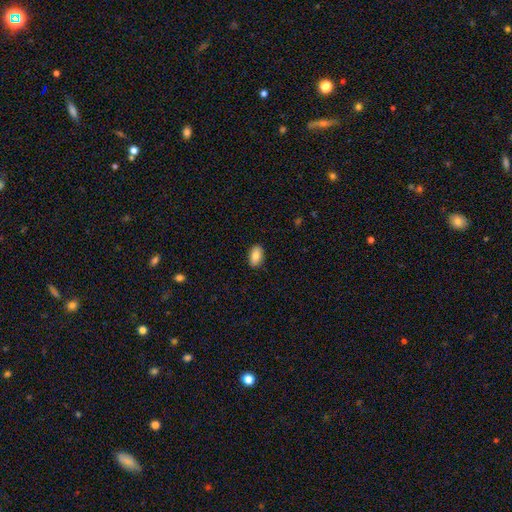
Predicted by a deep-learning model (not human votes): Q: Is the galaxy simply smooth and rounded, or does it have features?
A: smooth — 85%.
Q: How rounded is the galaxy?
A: in between — 92%.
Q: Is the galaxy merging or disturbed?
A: none — 88%.